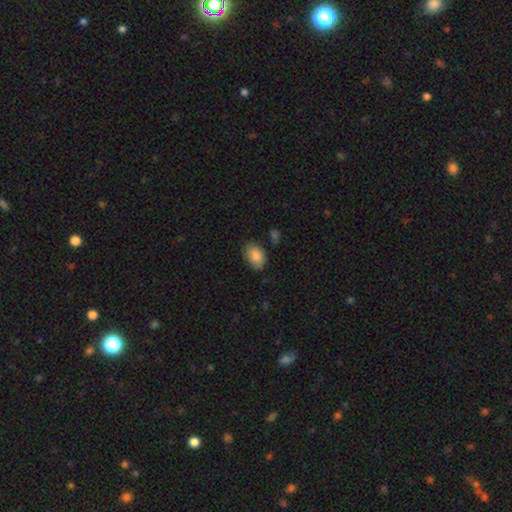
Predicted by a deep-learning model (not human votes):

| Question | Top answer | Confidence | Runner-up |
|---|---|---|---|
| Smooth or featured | smooth | 87% | star or artifact (7%) |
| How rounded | in between | 87% | round (12%) |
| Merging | none | 77% | minor disturbance (17%) |